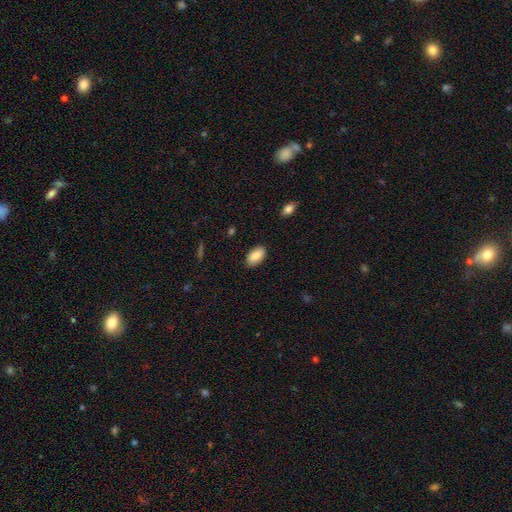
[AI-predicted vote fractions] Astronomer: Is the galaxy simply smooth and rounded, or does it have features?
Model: smooth — 88%.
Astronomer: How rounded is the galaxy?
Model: in between — 94%.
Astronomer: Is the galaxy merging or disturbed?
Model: none — 87%.